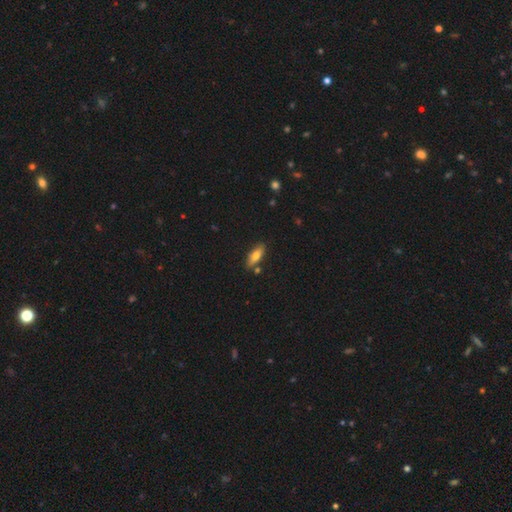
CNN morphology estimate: Smooth or featured: smooth — 72% (featured or disk — 21%)
How rounded: in between — 64% (cigar-shaped — 34%)
Merging: none — 81% (minor disturbance — 12%)